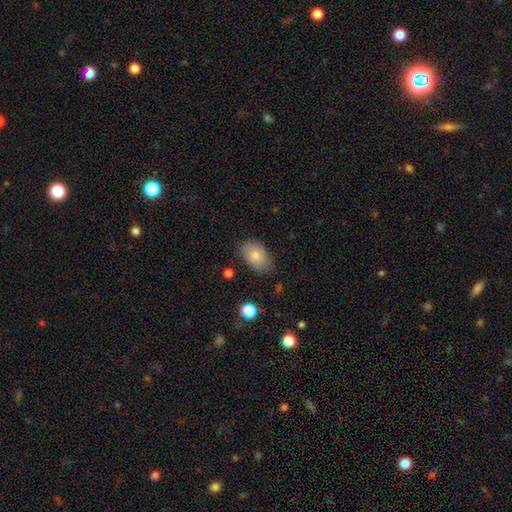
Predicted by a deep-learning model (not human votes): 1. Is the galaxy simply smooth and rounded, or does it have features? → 80% smooth, 13% featured or disk, 7% star or artifact.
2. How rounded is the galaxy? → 89% in between, 10% round, 1% cigar-shaped.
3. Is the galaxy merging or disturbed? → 73% none, 21% minor disturbance, 4% major disturbance, 2% merger.